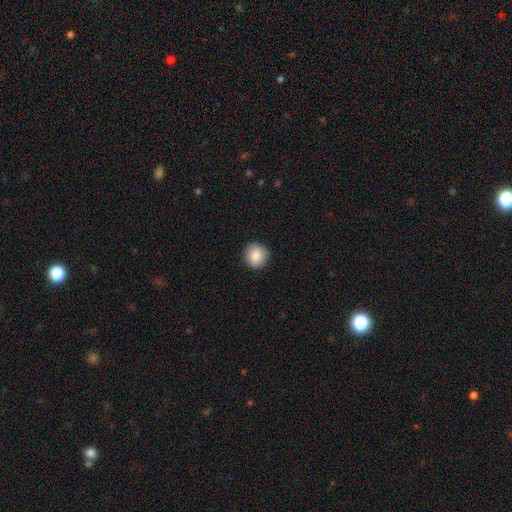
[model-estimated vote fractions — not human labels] Smooth or featured: smooth — 85% (star or artifact — 8%)
How rounded: round — 92% (in between — 7%)
Merging: none — 90% (minor disturbance — 7%)